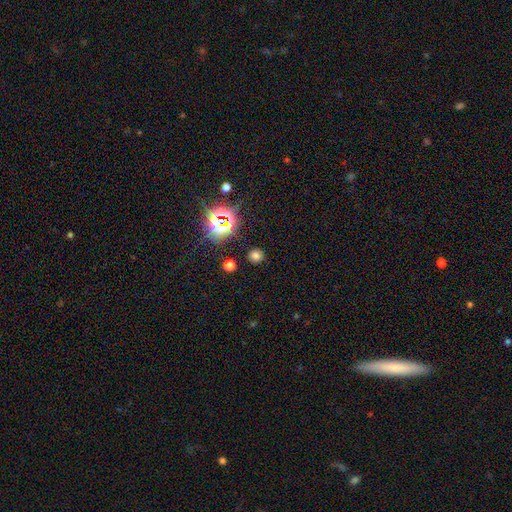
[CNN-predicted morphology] type=smooth (68%); roundness=round (87%); merging=none (87%).